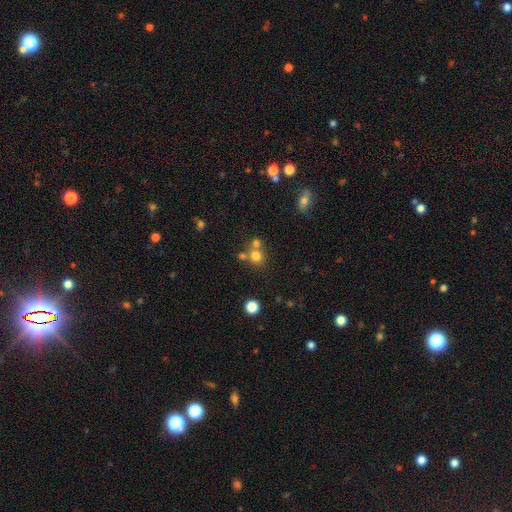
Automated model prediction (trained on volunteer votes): Smooth or featured: smooth — 74% (star or artifact — 16%)
How rounded: round — 85% (in between — 14%)
Merging: none — 52% (merger — 36%)